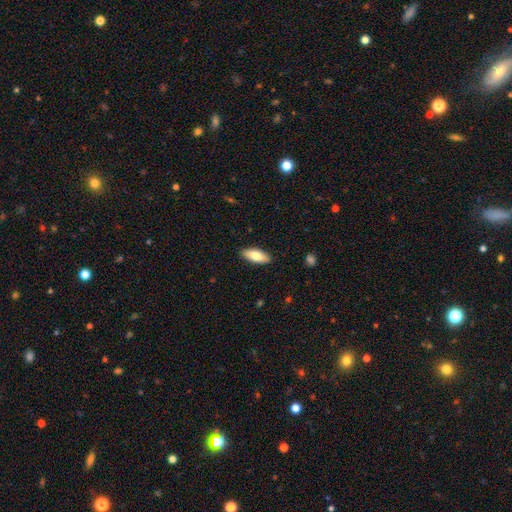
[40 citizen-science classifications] Smooth or featured? 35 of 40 (88%) said smooth. How rounded? 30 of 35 (86%) said in between. Merging? 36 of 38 (95%) said none.